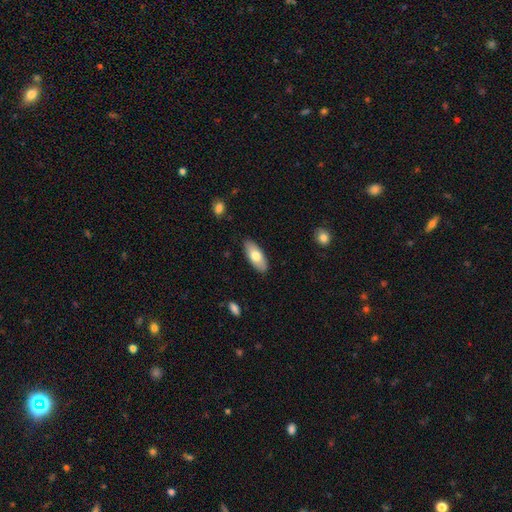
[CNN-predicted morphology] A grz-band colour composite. It shows a smooth galaxy with no disk features (72%) that is in between round and cigar-shaped (83%). Merging: none (88%).